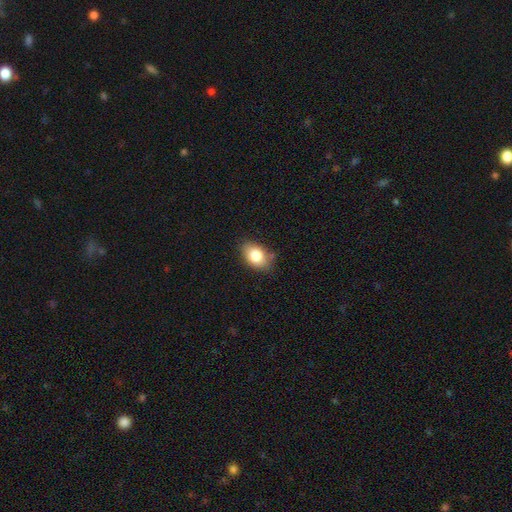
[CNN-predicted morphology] smooth-or-featured: smooth: 82% | featured or disk: 9% | star or artifact: 8%
  how-rounded: in between: 82% | round: 17% | cigar-shaped: 1%
  merging: none: 77% | minor disturbance: 17% | major disturbance: 3% | merger: 2%